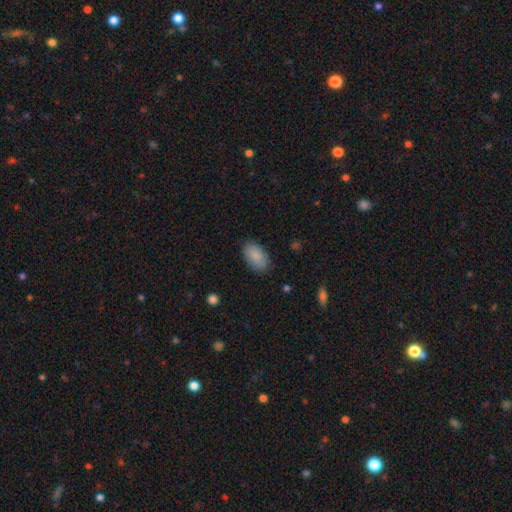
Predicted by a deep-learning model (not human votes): smooth 88%, star or artifact 6%, featured or disk 6%. Down the decision tree: how rounded — in between (94%); merging — none (83%).